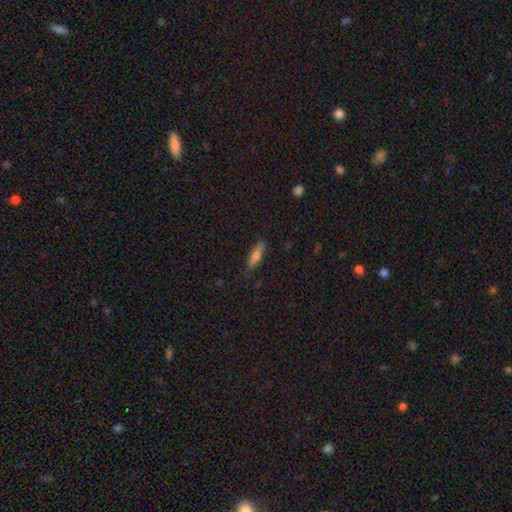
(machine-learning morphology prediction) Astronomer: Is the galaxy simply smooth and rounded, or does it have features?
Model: smooth — 71%.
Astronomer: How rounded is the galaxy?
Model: cigar-shaped — 67%.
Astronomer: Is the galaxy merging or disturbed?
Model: none — 82%.